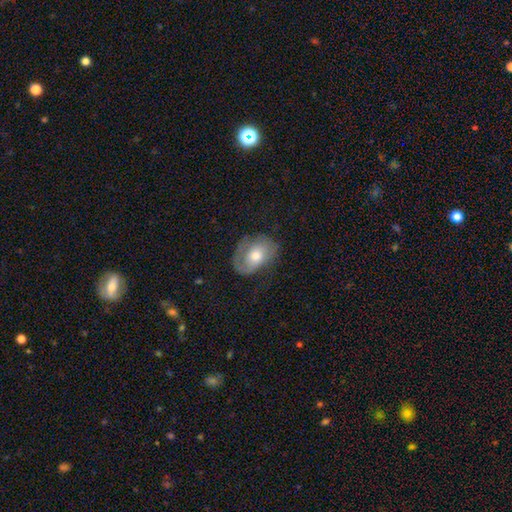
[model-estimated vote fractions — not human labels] smooth_or_featured: featured or disk (p=0.48) [alt: smooth p=0.45]
merging: none (p=0.61) [alt: minor disturbance p=0.24]